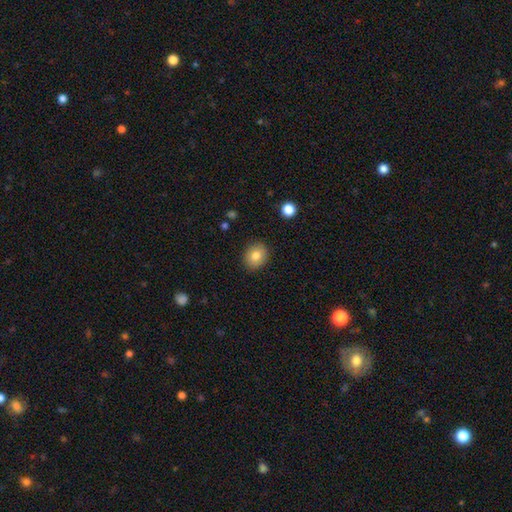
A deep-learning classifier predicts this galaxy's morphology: Smooth or featured?
  - smooth: 82% *
  - featured or disk: 9%
  - star or artifact: 9%
How rounded?
  - round: 61% *
  - in between: 38%
  - cigar-shaped: 1%
Merging?
  - none: 89% *
  - minor disturbance: 8%
  - major disturbance: 2%
  - merger: 1%